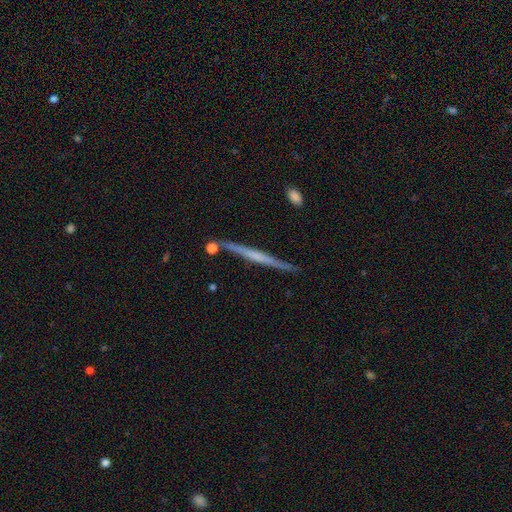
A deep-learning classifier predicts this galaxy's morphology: Smooth or featured? Predicted: featured or disk (p=0.66). Edge-on disk? Predicted: yes (p=0.97). Edge-on bulge? Predicted: none (p=0.66). Merging? Predicted: none (p=0.85).